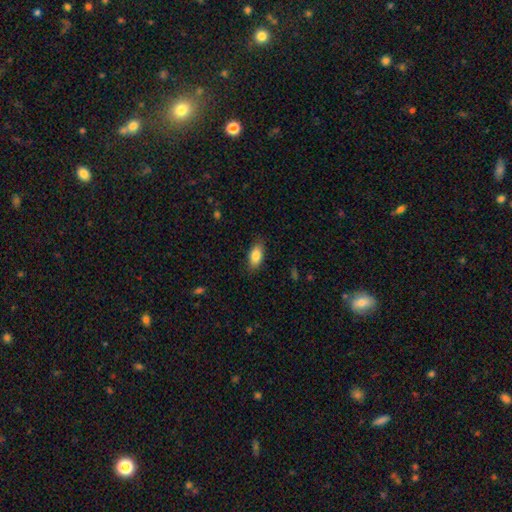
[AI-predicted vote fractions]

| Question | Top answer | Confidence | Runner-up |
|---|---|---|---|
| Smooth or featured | smooth | 83% | featured or disk (10%) |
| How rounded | in between | 88% | cigar-shaped (9%) |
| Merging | none | 85% | minor disturbance (12%) |